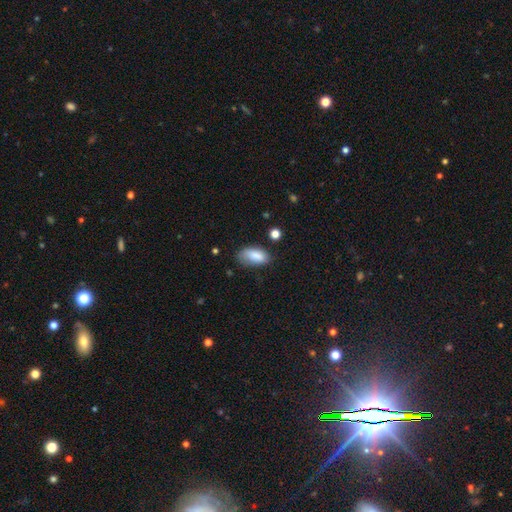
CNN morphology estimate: Q: Smooth or featured?
A: smooth (84%); runner-up: featured or disk (9%)
Q: How rounded?
A: in between (91%); runner-up: cigar-shaped (5%)
Q: Merging?
A: none (58%); runner-up: minor disturbance (30%)